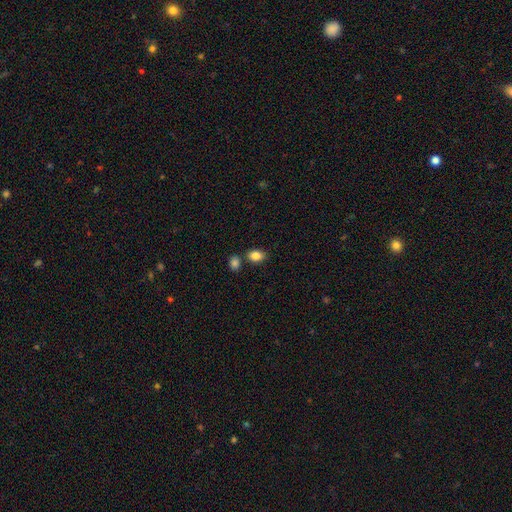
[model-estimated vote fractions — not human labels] Overall: smooth (86%). How rounded: in between (71%). Merging: none (72%).